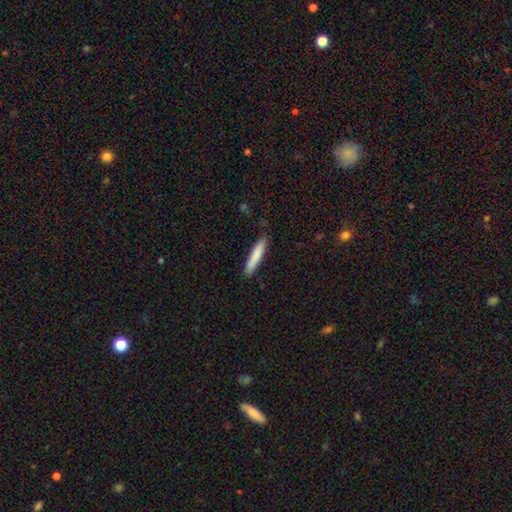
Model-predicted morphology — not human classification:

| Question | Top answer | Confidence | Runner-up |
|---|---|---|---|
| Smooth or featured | smooth | 81% | featured or disk (13%) |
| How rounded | cigar-shaped | 92% | in between (7%) |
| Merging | none | 87% | minor disturbance (10%) |